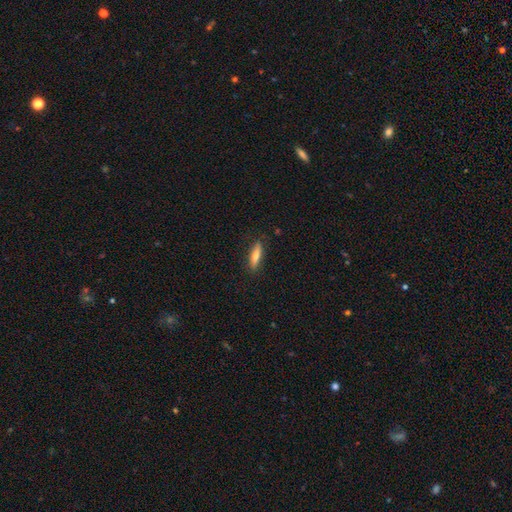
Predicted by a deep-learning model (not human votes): Smooth or featured: smooth — 71% (featured or disk — 22%)
How rounded: cigar-shaped — 67% (in between — 31%)
Merging: none — 85% (minor disturbance — 11%)